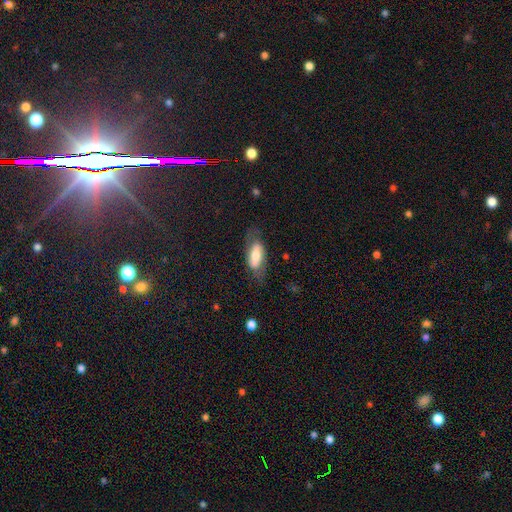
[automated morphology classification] Overall: smooth (54%; featured or disk 38%). How rounded: in between (84%). Merging: none (64%).